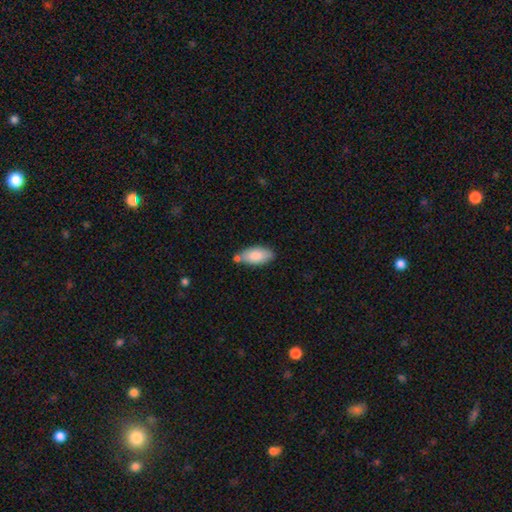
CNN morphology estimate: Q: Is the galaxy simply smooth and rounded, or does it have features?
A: smooth — 83%.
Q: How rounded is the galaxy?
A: in between — 90%.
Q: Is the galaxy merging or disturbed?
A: none — 62%.